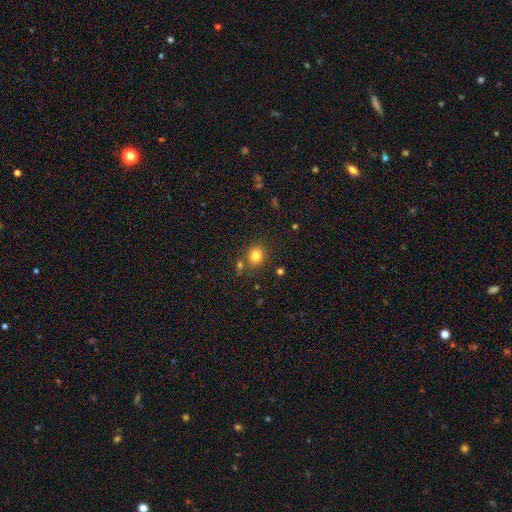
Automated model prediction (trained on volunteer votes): Smooth or featured?
  - smooth: 81% *
  - star or artifact: 12%
  - featured or disk: 7%
How rounded?
  - round: 74% *
  - in between: 25%
  - cigar-shaped: 1%
Merging?
  - none: 77% *
  - merger: 10%
  - minor disturbance: 10%
  - major disturbance: 3%